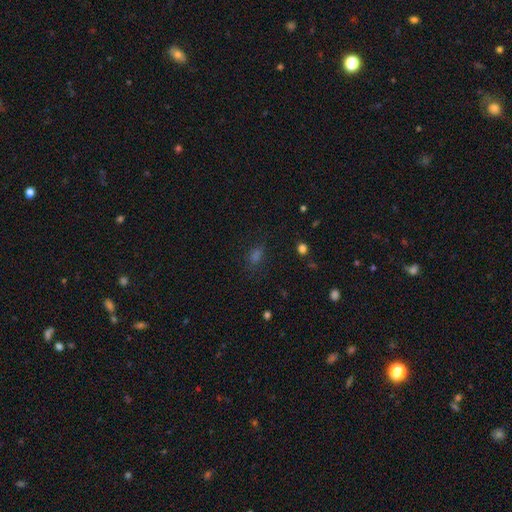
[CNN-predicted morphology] A smooth galaxy with no disk features (61%) that is in between round and cigar-shaped (73%). Merging: none (77%).